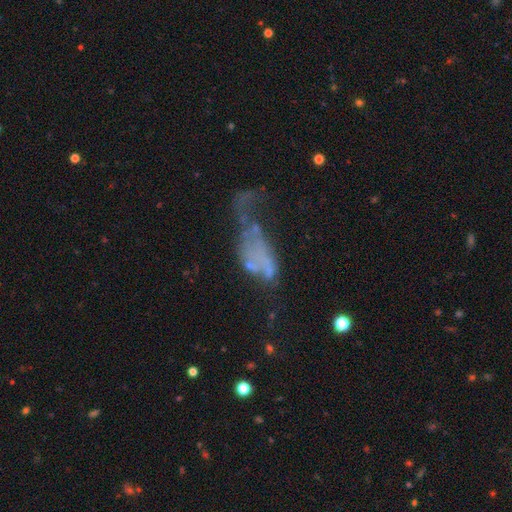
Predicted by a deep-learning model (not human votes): Smooth or featured? Predicted: featured or disk (p=0.49). Merging? Predicted: major disturbance (p=0.50).